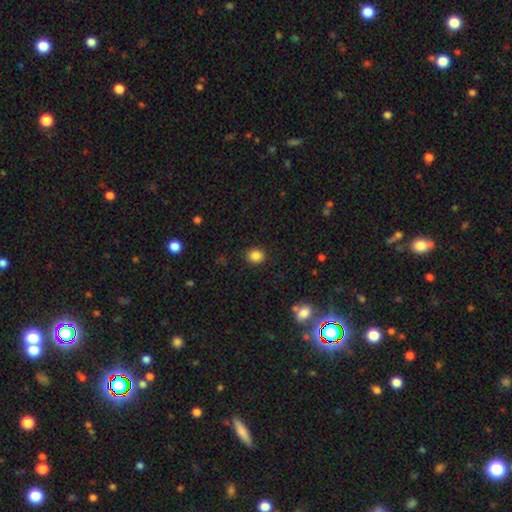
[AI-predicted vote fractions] Smooth or featured? smooth (85%)
How rounded? round (75%)
Merging? none (90%)